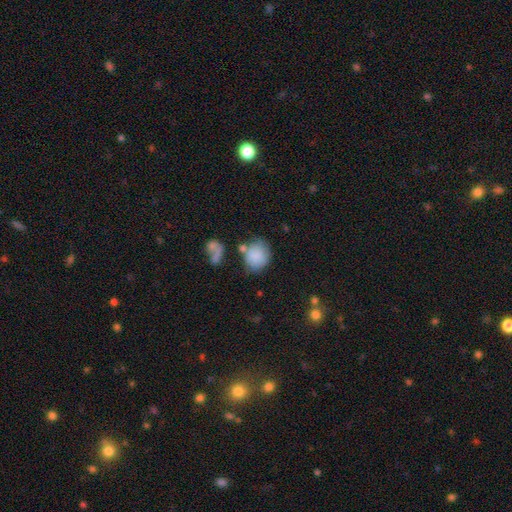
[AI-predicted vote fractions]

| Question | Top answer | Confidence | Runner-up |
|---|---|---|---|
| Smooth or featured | smooth | 81% | featured or disk (11%) |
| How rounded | round | 66% | in between (33%) |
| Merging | none | 53% | minor disturbance (22%) |